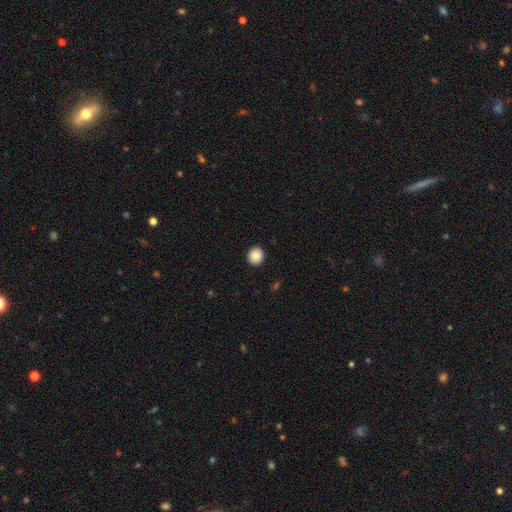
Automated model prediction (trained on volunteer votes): The model was most divided on "smooth or featured": smooth: 85%, star or artifact: 9%, featured or disk: 7%. More confident: merging — none (93%); how rounded — round (90%).